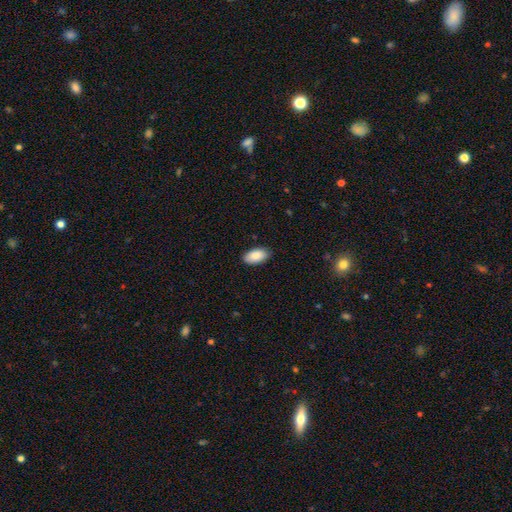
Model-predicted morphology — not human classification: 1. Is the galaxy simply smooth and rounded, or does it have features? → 89% smooth, 6% star or artifact, 5% featured or disk.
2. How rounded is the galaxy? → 95% in between, 3% round, 2% cigar-shaped.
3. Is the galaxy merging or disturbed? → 87% none, 10% minor disturbance, 2% major disturbance, 1% merger.